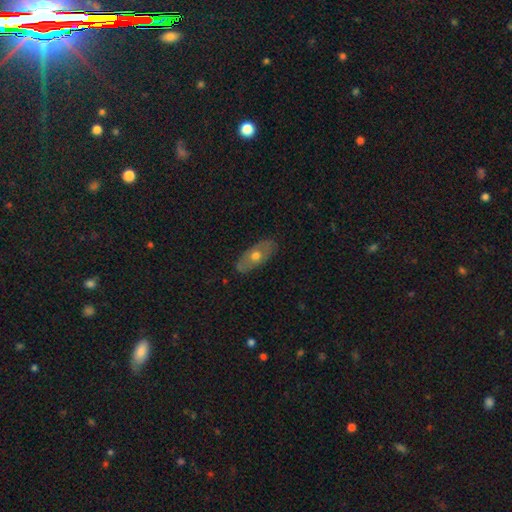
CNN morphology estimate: Smooth or featured? smooth (49%)
Merging? none (84%)